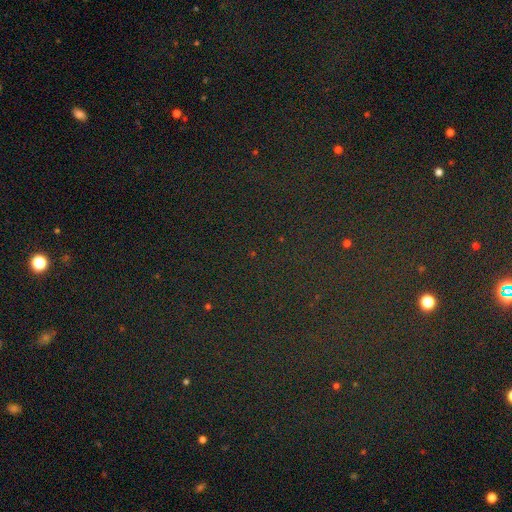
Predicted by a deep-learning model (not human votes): Morphology: type=star or artifact (82%).